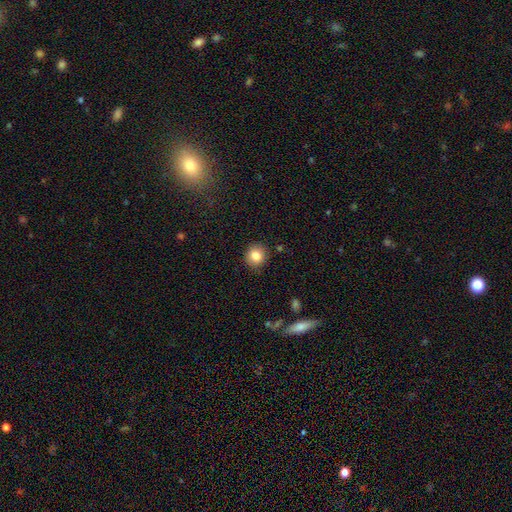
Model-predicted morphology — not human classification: Smooth or featured? Predicted: smooth (p=0.84). How rounded? Predicted: round (p=0.88). Merging? Predicted: none (p=0.90).